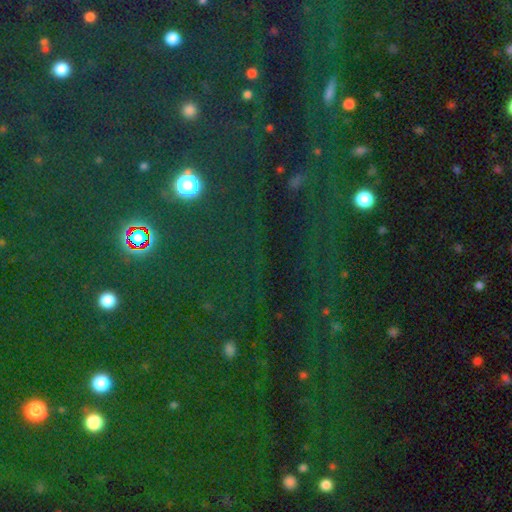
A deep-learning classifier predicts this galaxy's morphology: The model was most divided on "smooth or featured": star or artifact: 76%, smooth: 15%, featured or disk: 9%.